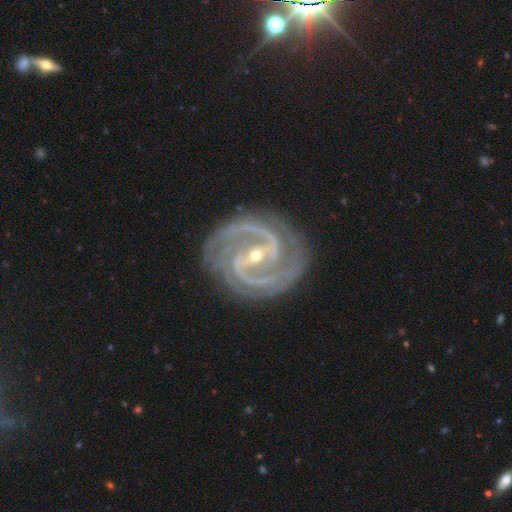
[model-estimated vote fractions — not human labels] Overall: featured or disk (93%). Edge-on disk: no (97%). Bar: strong (60%; weak 28%). Spiral arms: yes (99%). Spiral arm count: 2 (70%). Spiral winding: medium (47%; tight 46%). Bulge size: small (74%). Merging: none (79%).